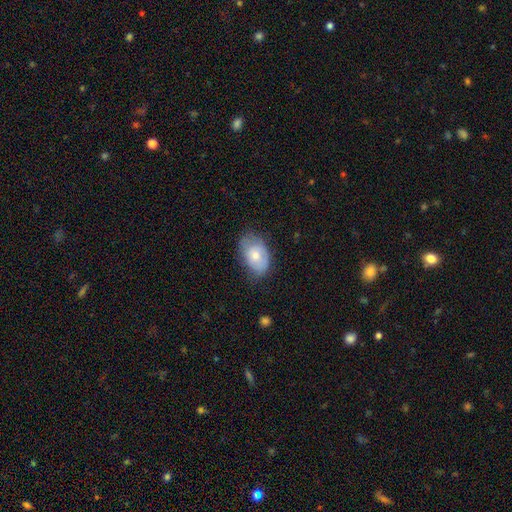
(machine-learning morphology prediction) The model was most divided on "merging": none: 63%, minor disturbance: 28%, major disturbance: 7%, merger: 1%. More confident: how rounded — in between (88%); smooth or featured — smooth (70%).